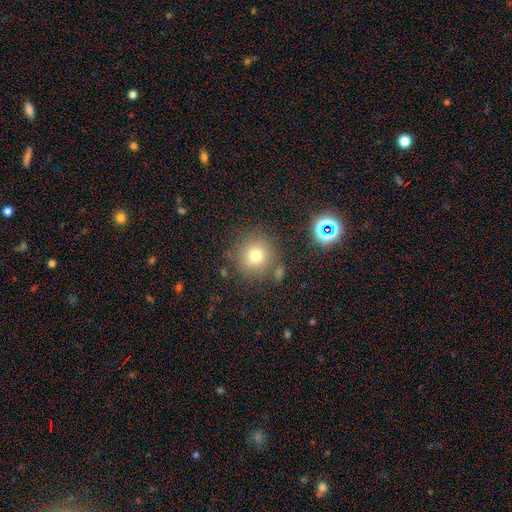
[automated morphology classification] type=smooth (74%); roundness=round (93%); merging=none (80%).